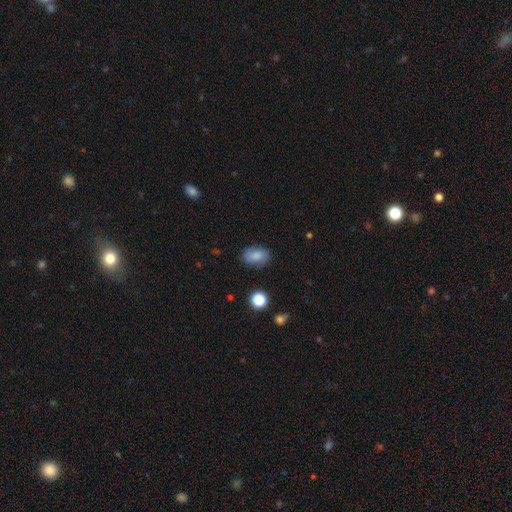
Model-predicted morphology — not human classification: A smooth galaxy with no disk features (71%) that is in between round and cigar-shaped (77%).

Vote fractions:
- Smooth or featured? smooth: 71% / featured or disk: 19% / star or artifact: 10%
- How rounded? in between: 77% / round: 21% / cigar-shaped: 2%
- Merging? none: 79% / minor disturbance: 16% / major disturbance: 4% / merger: 2%